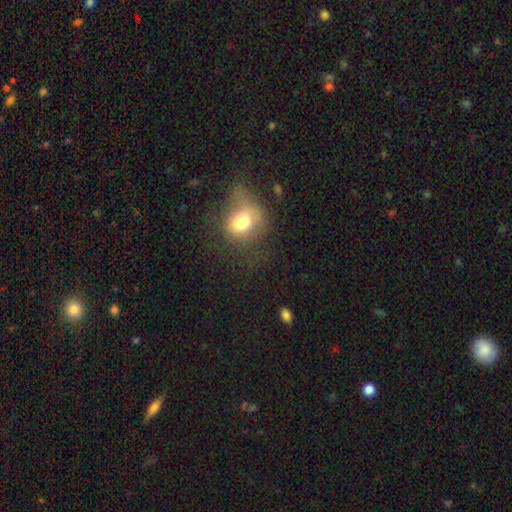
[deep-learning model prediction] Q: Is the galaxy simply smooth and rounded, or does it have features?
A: smooth — 62%.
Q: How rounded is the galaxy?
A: round — 59%.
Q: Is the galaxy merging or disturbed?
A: none — 48%.